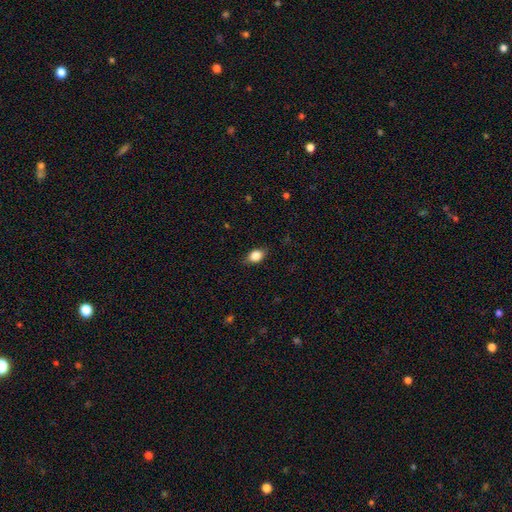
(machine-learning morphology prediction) Smooth or featured? Predicted: smooth (p=0.83). How rounded? Predicted: in between (p=0.77). Merging? Predicted: none (p=0.81).